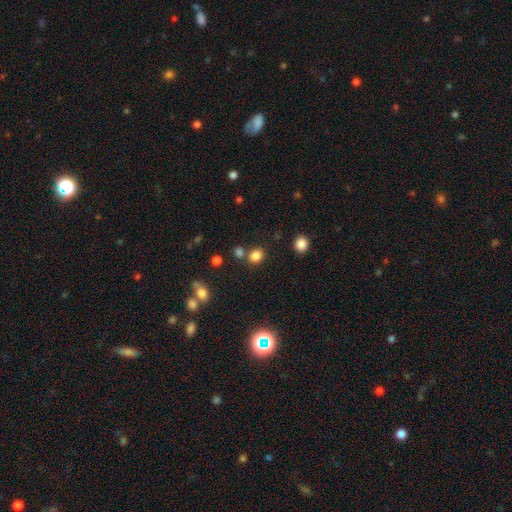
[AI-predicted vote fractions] Morphology: type=smooth (82%); roundness=round (53%); merging=none (71%).